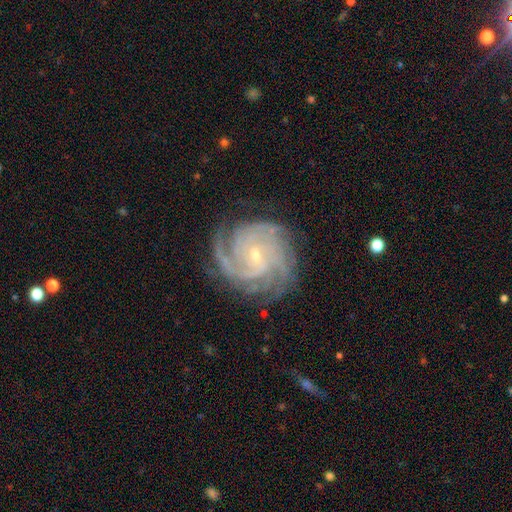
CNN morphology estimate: featured or disk 90%, star or artifact 6%, smooth 4%. Down the decision tree: edge-on disk — no (98%); bar — no (53%); spiral arms — yes (98%); spiral arm count — 4 (33%); spiral winding — tight (72%); bulge size — small (79%); merging — none (79%).